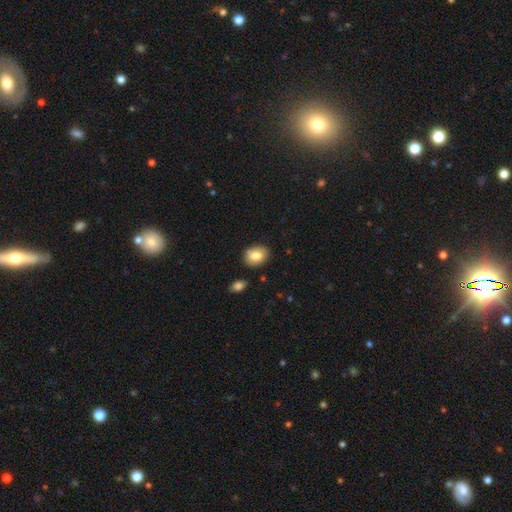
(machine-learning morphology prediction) The model was most divided on "how rounded": in between: 65%, round: 34%, cigar-shaped: 1%. More confident: smooth or featured — smooth (80%); merging — none (77%).